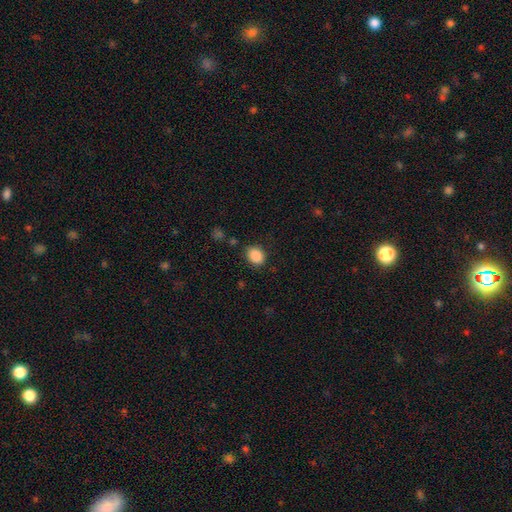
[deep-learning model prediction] Overall: smooth (88%). How rounded: in between (57%; round 42%). Merging: none (83%).